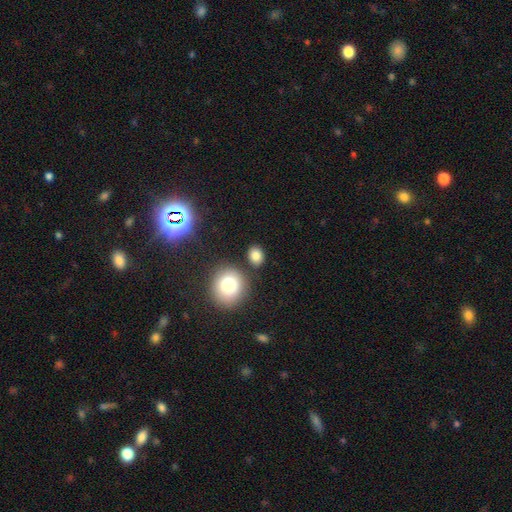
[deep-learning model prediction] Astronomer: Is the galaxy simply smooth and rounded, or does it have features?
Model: smooth — 82%.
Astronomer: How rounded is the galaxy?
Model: round — 51% (runner-up: in between, 47%).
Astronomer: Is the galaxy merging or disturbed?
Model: none — 78%.